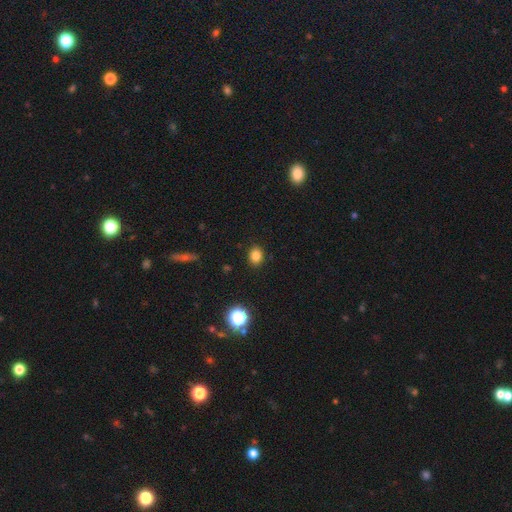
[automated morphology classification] A smooth galaxy with no disk features (82%) that is round (56%).

Vote fractions:
- Smooth or featured? smooth: 82% / star or artifact: 13% / featured or disk: 5%
- How rounded? round: 56% / in between: 43% / cigar-shaped: 1%
- Merging? none: 90% / minor disturbance: 7% / major disturbance: 2% / merger: 1%